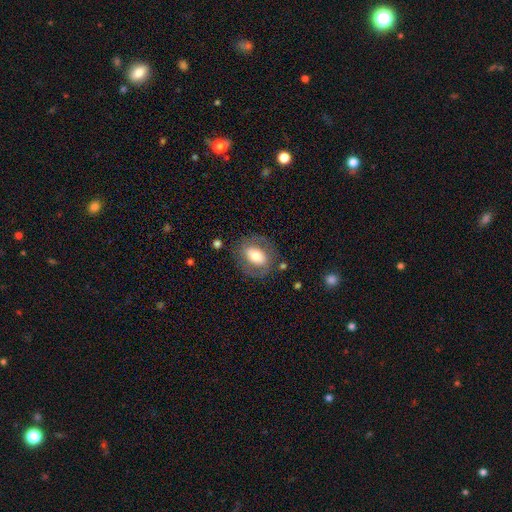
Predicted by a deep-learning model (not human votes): Q: Smooth or featured?
A: smooth (54%); runner-up: featured or disk (38%)
Q: How rounded?
A: in between (70%); runner-up: round (29%)
Q: Merging?
A: none (75%); runner-up: minor disturbance (14%)